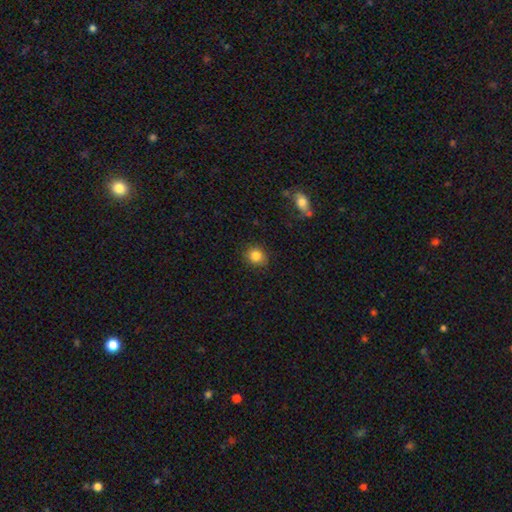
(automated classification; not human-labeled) Smooth or featured: smooth — 84% (star or artifact — 10%)
How rounded: round — 77% (in between — 22%)
Merging: none — 87% (minor disturbance — 10%)